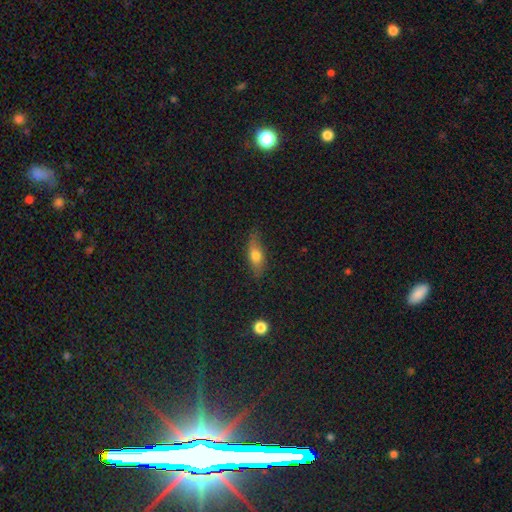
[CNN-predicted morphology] Overall: smooth (68%). How rounded: in between (65%; cigar-shaped 30%). Merging: none (74%).